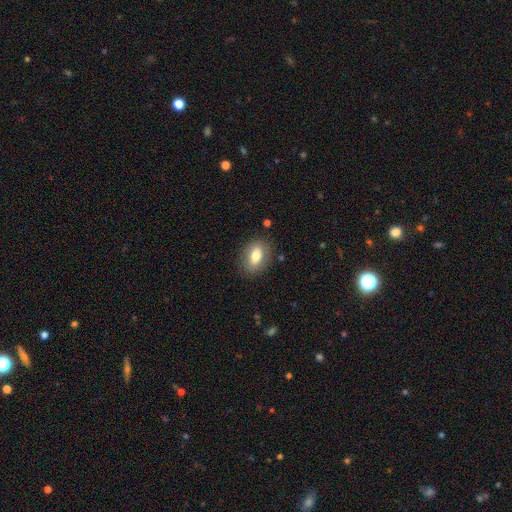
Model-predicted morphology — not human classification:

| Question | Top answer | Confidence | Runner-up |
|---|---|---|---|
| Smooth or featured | smooth | 75% | featured or disk (17%) |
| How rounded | in between | 82% | round (16%) |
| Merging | none | 84% | minor disturbance (11%) |